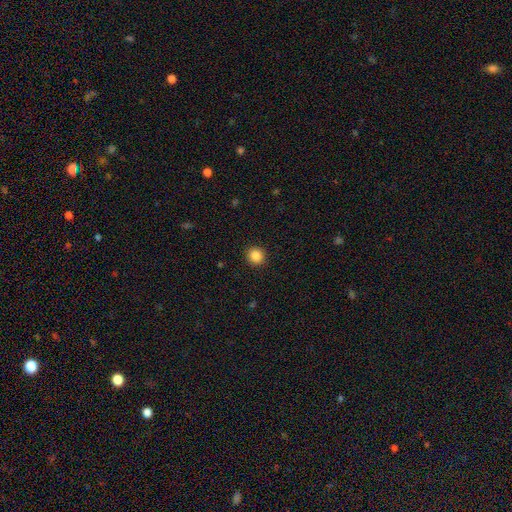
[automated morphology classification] Overall: smooth (86%). How rounded: round (91%). Merging: none (92%).